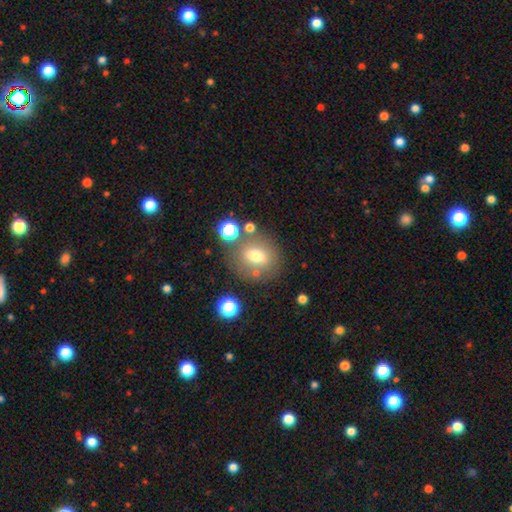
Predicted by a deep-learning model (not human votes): The model was most divided on "how rounded": round: 71%, in between: 27%, cigar-shaped: 1%. More confident: merging — none (71%); smooth or featured — smooth (66%).